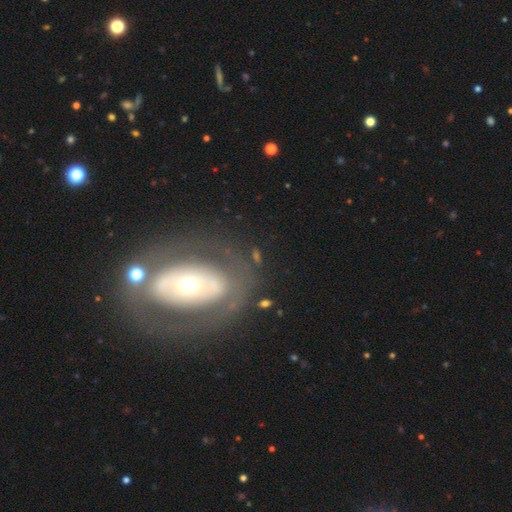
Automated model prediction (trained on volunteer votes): Smooth or featured: featured or disk — 60% (smooth — 30%)
Edge-on disk: no — 91% (yes — 9%)
Bar: no — 69% (weak — 17%)
Spiral arms: no — 66% (yes — 34%)
Bulge size: moderate — 60% (small — 28%)
Merging: none — 65% (minor disturbance — 16%)